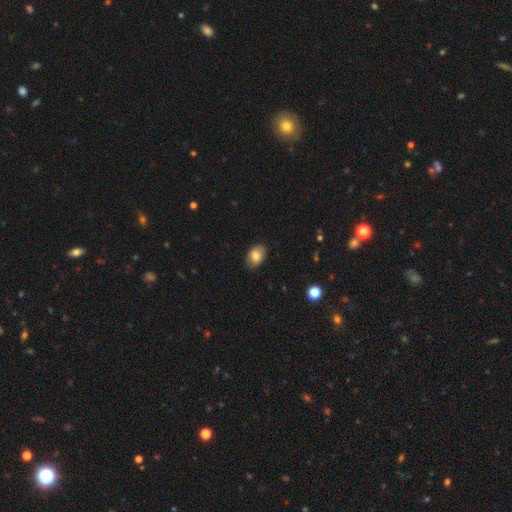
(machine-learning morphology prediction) This appears to be a smooth galaxy with no disk features (82%) that is in between round and cigar-shaped (82%). Merging: none (85%).